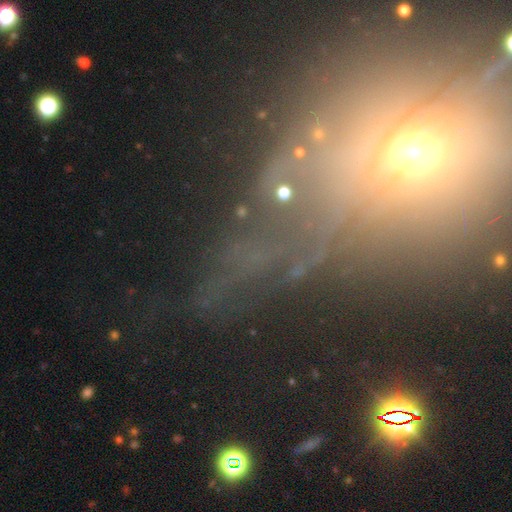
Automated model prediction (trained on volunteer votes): A star or artifact, not a galaxy (49%).